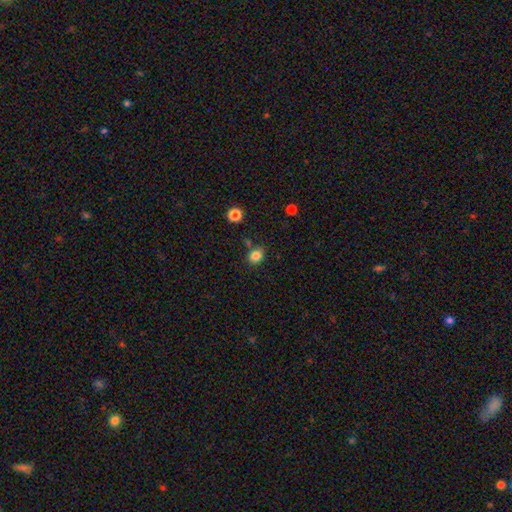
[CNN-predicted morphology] A smooth galaxy with no disk features (83%) that is round (60%).

Vote fractions:
- Smooth or featured? smooth: 83% / star or artifact: 12% / featured or disk: 5%
- How rounded? round: 60% / in between: 39% / cigar-shaped: 1%
- Merging? none: 77% / minor disturbance: 13% / merger: 7% / major disturbance: 3%